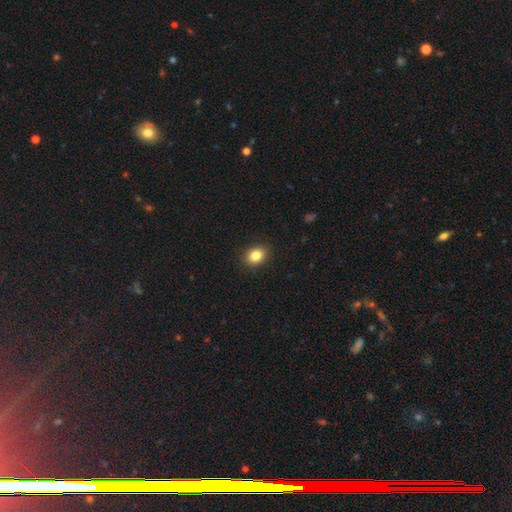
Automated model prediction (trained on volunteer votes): A smooth galaxy with no disk features (84%) that is in between round and cigar-shaped (56%). Merging: none (89%).